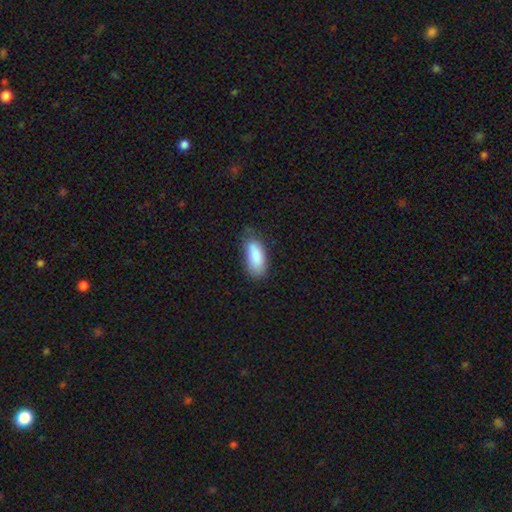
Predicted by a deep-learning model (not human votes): Overall: smooth (87%). How rounded: in between (83%). Merging: none (67%).